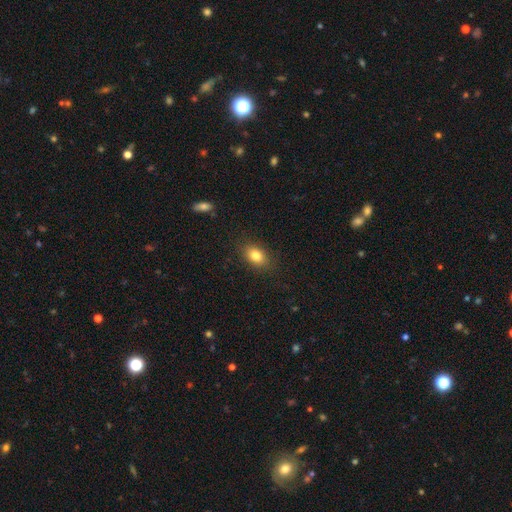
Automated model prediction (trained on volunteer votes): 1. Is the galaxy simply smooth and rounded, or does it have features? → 82% smooth, 9% star or artifact, 9% featured or disk.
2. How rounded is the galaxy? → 79% in between, 19% round, 2% cigar-shaped.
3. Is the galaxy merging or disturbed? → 86% none, 10% minor disturbance, 3% major disturbance, 1% merger.